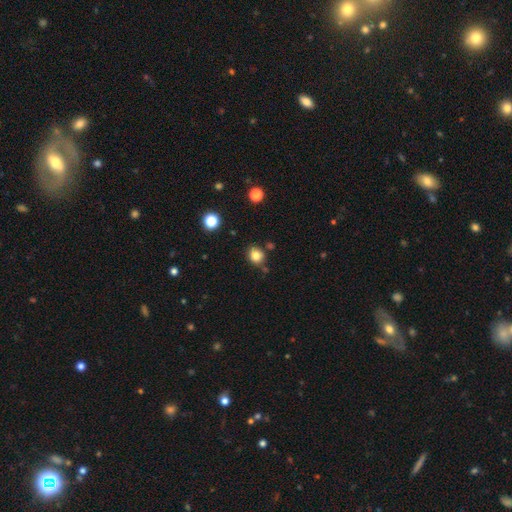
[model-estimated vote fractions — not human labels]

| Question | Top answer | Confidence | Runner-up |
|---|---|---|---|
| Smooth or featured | smooth | 82% | star or artifact (12%) |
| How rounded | round | 72% | in between (27%) |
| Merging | none | 79% | minor disturbance (13%) |